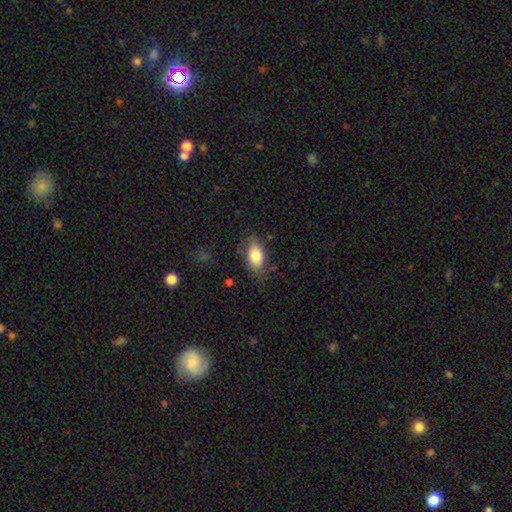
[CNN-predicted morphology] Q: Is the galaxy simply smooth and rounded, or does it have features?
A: smooth — 80%.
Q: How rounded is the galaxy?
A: in between — 90%.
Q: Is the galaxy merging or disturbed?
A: none — 76%.